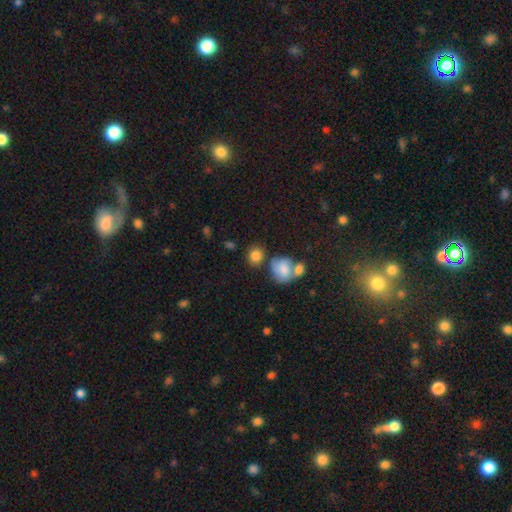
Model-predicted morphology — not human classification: The model was most divided on "merging": none: 58%, merger: 21%, minor disturbance: 15%, major disturbance: 6%. More confident: smooth or featured — smooth (83%); how rounded — round (73%).